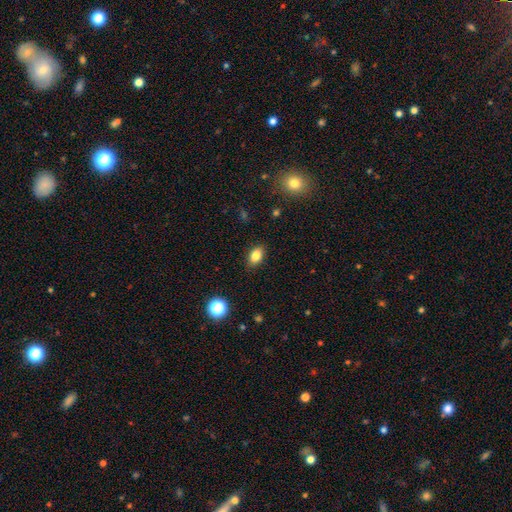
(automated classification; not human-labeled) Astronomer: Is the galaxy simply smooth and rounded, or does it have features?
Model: smooth — 84%.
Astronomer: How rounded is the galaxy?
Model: in between — 85%.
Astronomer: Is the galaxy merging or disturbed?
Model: none — 87%.